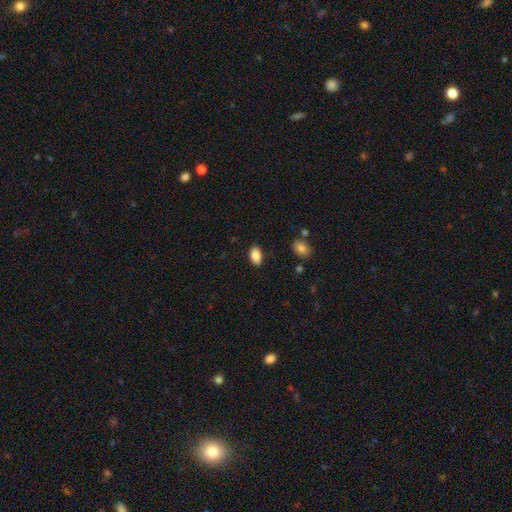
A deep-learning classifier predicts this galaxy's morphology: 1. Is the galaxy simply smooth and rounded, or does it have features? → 87% smooth, 8% star or artifact, 5% featured or disk.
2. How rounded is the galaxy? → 91% in between, 8% round, 1% cigar-shaped.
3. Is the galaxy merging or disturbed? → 86% none, 10% minor disturbance, 2% major disturbance, 1% merger.